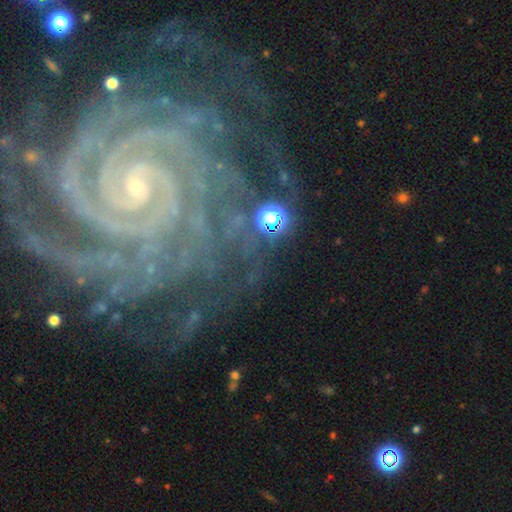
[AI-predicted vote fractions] Q: Smooth or featured?
A: featured or disk (92%); runner-up: star or artifact (5%)
Q: Edge-on disk?
A: no (98%); runner-up: yes (2%)
Q: Bar?
A: no (57%); runner-up: weak (27%)
Q: Spiral arms?
A: yes (99%); runner-up: no (1%)
Q: Spiral winding?
A: tight (88%); runner-up: medium (10%)
Q: Spiral arm count?
A: 2 (28%); runner-up: 4 (17%)
Q: Bulge size?
A: small (84%); runner-up: moderate (12%)
Q: Merging?
A: none (72%); runner-up: minor disturbance (17%)